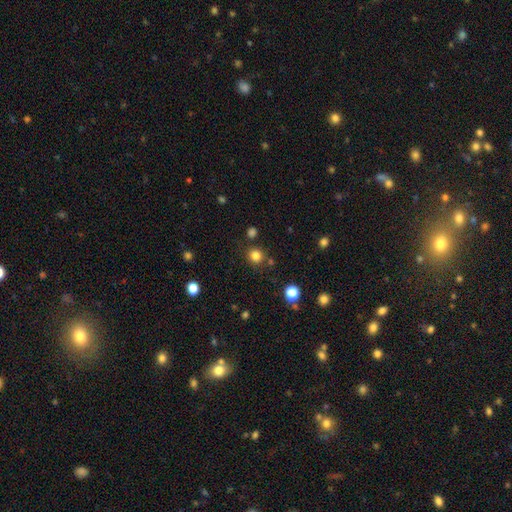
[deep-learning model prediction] Smooth or featured? smooth (81%)
How rounded? round (91%)
Merging? none (83%)